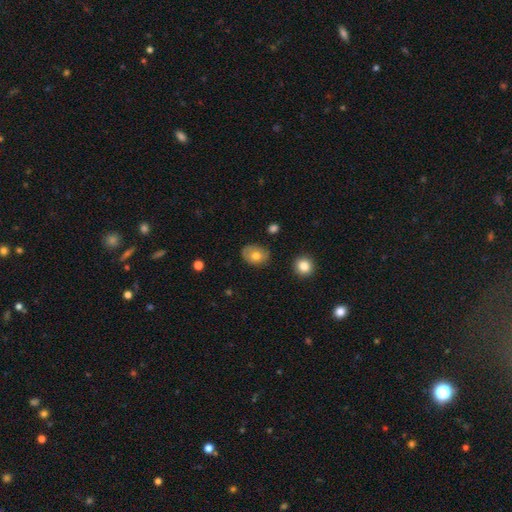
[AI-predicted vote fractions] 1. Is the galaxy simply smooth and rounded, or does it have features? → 70% smooth, 21% featured or disk, 9% star or artifact.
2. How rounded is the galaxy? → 63% in between, 36% round, 1% cigar-shaped.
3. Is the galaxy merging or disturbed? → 74% none, 20% minor disturbance, 5% major disturbance, 2% merger.